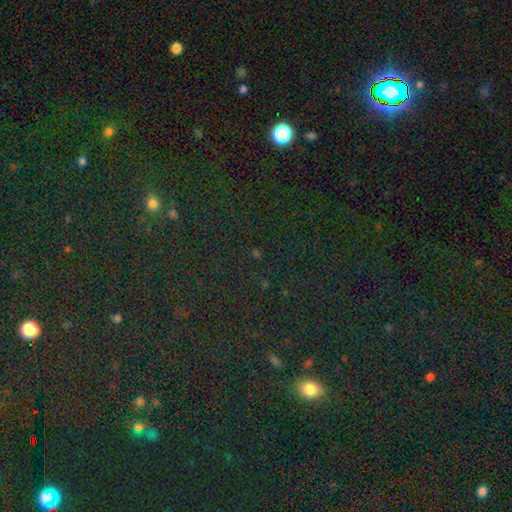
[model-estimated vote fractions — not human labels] Smooth or featured?
  - star or artifact: 72% *
  - smooth: 19%
  - featured or disk: 9%